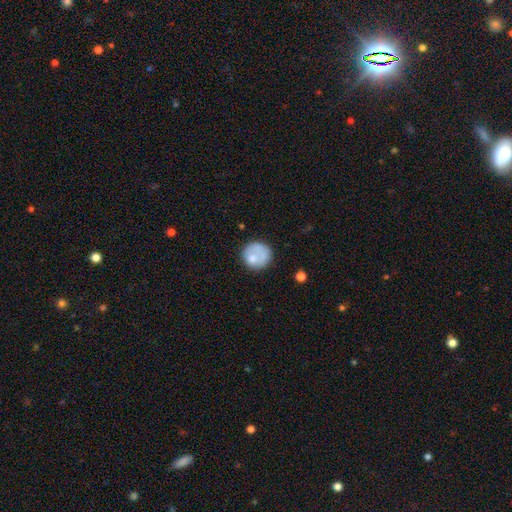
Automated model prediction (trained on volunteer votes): A smooth galaxy with no disk features (72%) that is round (90%).

Vote fractions:
- Smooth or featured? smooth: 72% / featured or disk: 20% / star or artifact: 8%
- How rounded? round: 90% / in between: 10% / cigar-shaped: 1%
- Merging? none: 65% / minor disturbance: 18% / major disturbance: 10% / merger: 7%